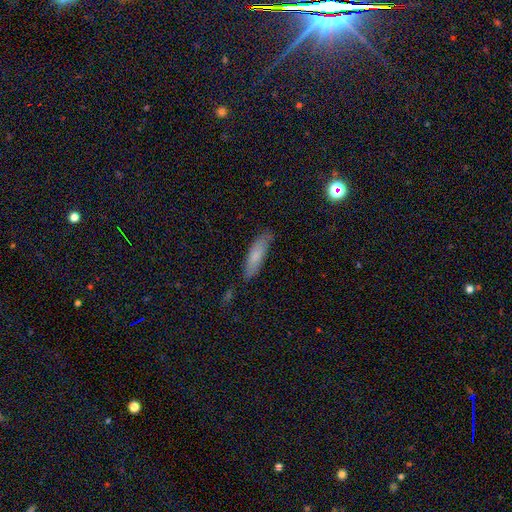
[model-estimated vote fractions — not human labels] smooth 77%, featured or disk 16%, star or artifact 7%. Down the decision tree: how rounded — cigar-shaped (63%); merging — none (79%).